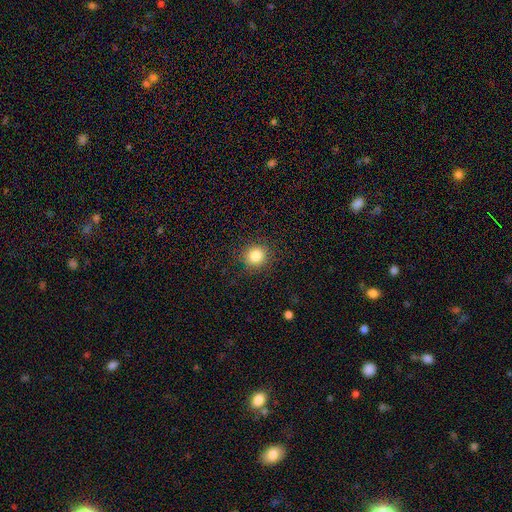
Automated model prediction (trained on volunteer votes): A smooth galaxy with no disk features (83%) that is round (92%).

Vote fractions:
- Smooth or featured? smooth: 83% / star or artifact: 11% / featured or disk: 5%
- How rounded? round: 92% / in between: 7% / cigar-shaped: 1%
- Merging? none: 90% / minor disturbance: 7% / major disturbance: 2% / merger: 1%